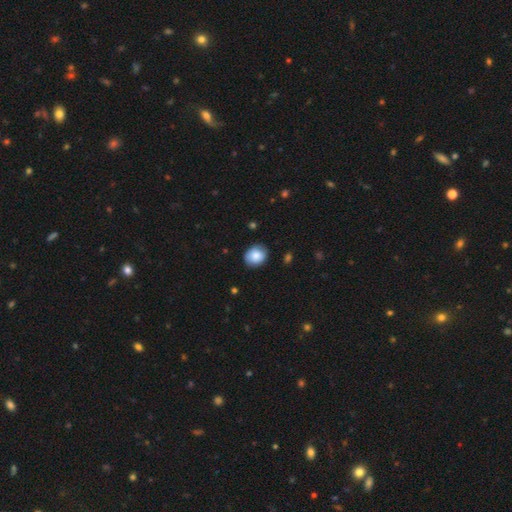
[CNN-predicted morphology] smooth 83%, featured or disk 10%, star or artifact 7%. Down the decision tree: how rounded — round (59%); merging — none (82%).